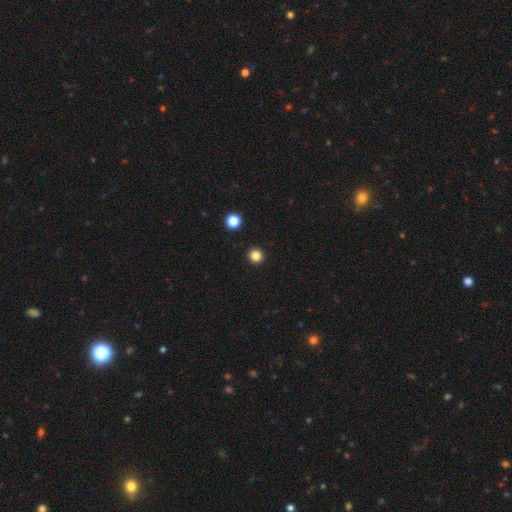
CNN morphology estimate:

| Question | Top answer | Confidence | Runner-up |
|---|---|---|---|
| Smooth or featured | smooth | 83% | star or artifact (13%) |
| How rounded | round | 95% | in between (4%) |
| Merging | none | 94% | minor disturbance (4%) |